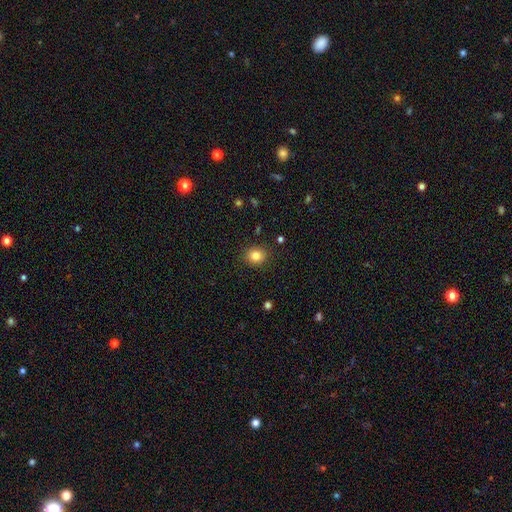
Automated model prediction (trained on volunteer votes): Morphology: type=smooth (83%); roundness=round (75%); merging=none (89%).